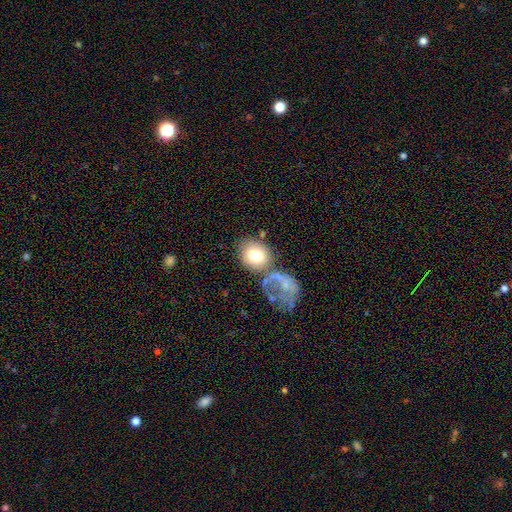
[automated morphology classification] A smooth galaxy with no disk features (72%) that is round (64%). Merging: none (47%).